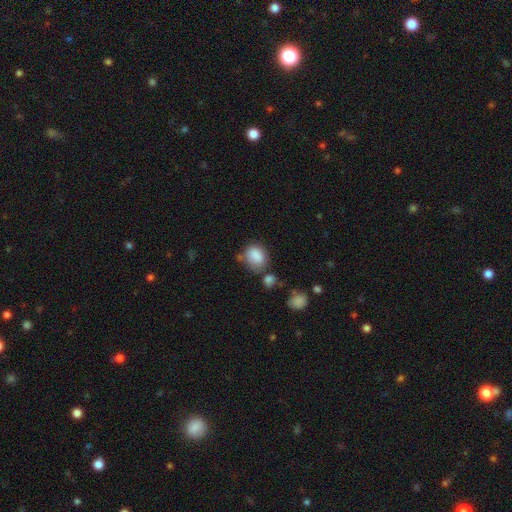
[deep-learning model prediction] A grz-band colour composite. It shows a smooth galaxy with no disk features (85%) that is in between round and cigar-shaped (56%). Merging: none (55%).